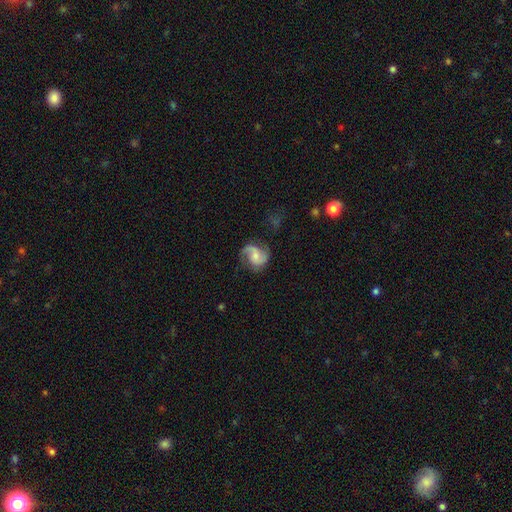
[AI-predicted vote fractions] Smooth or featured?
  - featured or disk: 79% *
  - smooth: 15%
  - star or artifact: 6%
Edge-on disk?
  - no: 98% *
  - yes: 2%
Bar?
  - no: 57% *
  - weak: 35%
  - strong: 8%
Spiral arms?
  - yes: 96% *
  - no: 4%
Spiral winding?
  - medium: 48% *
  - loose: 34%
  - tight: 18%
Spiral arm count?
  - 2: 84% *
  - 1: 7%
  - can't tell: 4%
  - 3: 3%
  - 4: 1%
  - more than 4: 1%
Bulge size?
  - small: 46% *
  - moderate: 42%
  - none: 7%
  - large: 3%
  - dominant: 1%
Merging?
  - none: 66% *
  - minor disturbance: 20%
  - major disturbance: 12%
  - merger: 2%